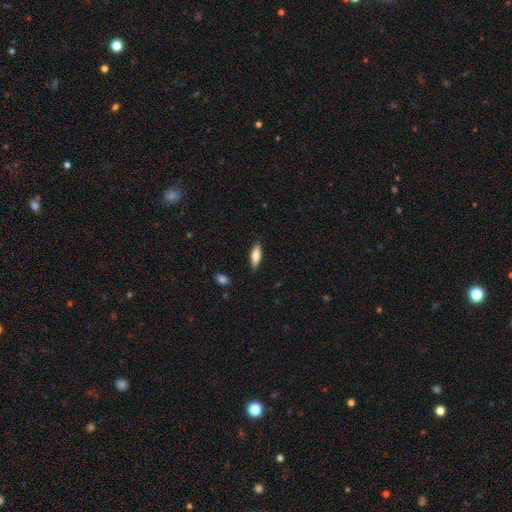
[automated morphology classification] Smooth or featured? Predicted: smooth (p=0.75). How rounded? Predicted: in between (p=0.58). Merging? Predicted: none (p=0.86).